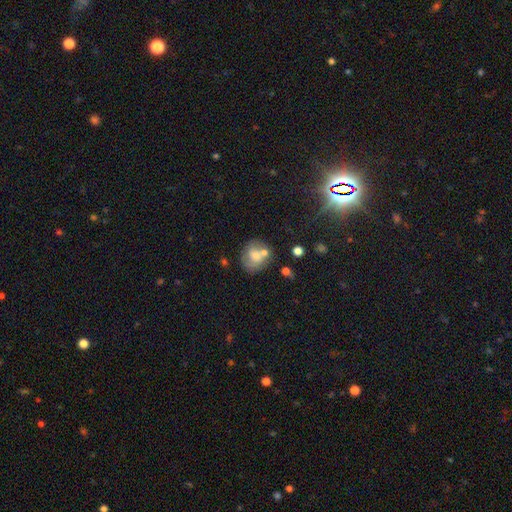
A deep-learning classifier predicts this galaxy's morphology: Smooth or featured: smooth — 61% (featured or disk — 29%)
How rounded: round — 67% (in between — 32%)
Merging: none — 47% (merger — 22%)